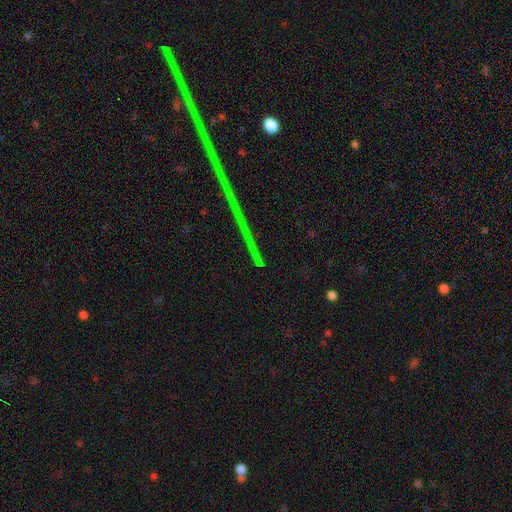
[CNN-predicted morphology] This appears to be a star or artifact, not a galaxy (81%).